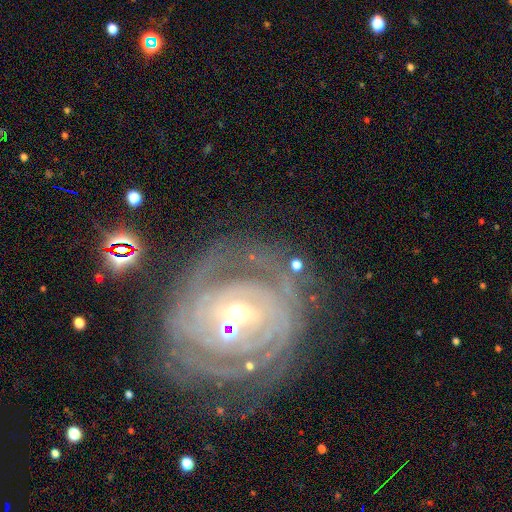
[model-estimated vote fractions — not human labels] This appears to be a featured or disk galaxy (85%) with a weak bar (41%), tight (77%) spiral arms (93%) and a small central bulge (49%). Merging: none (70%).